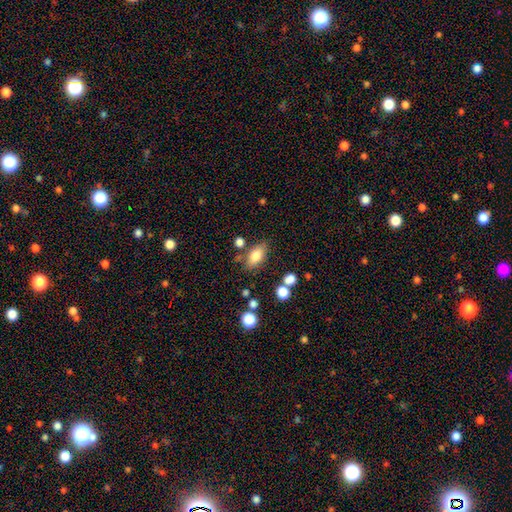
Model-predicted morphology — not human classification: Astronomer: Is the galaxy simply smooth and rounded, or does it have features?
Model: smooth — 79%.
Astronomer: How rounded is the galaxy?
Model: in between — 86%.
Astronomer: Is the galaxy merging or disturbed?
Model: none — 72%.